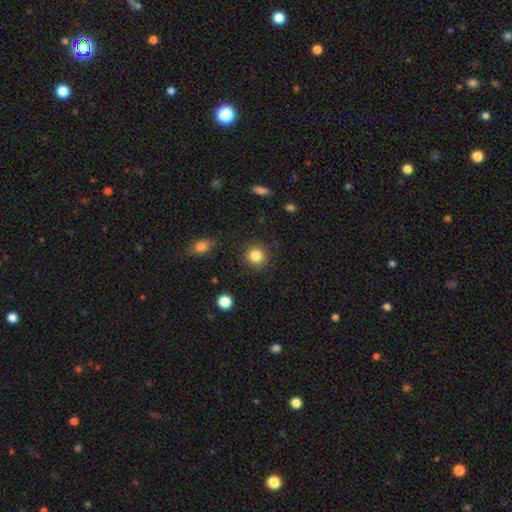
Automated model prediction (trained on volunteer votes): Smooth or featured: smooth — 84% (star or artifact — 10%)
How rounded: round — 91% (in between — 8%)
Merging: none — 88% (minor disturbance — 7%)